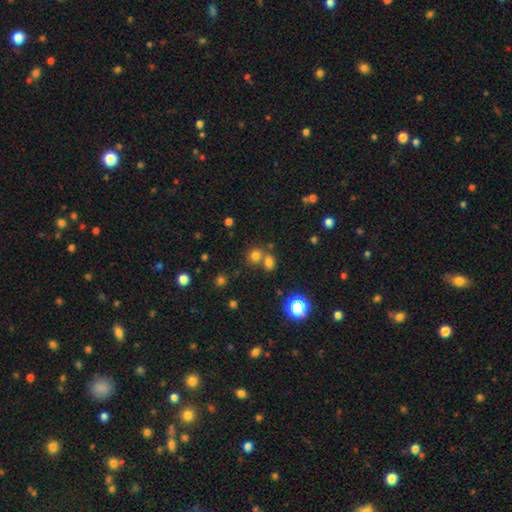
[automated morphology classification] Overall: smooth (69%). How rounded: round (66%; in between 33%). Merging: none (49%; merger 40%).